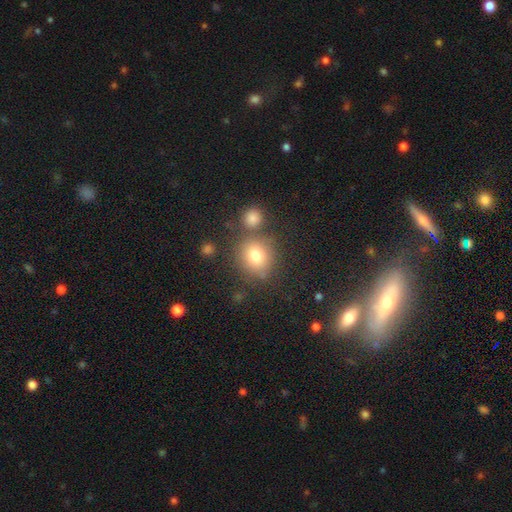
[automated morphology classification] A smooth galaxy with no disk features (77%) that is round (84%).

Vote fractions:
- Smooth or featured? smooth: 77% / star or artifact: 13% / featured or disk: 10%
- How rounded? round: 84% / in between: 15% / cigar-shaped: 1%
- Merging? none: 69% / merger: 16% / minor disturbance: 11% / major disturbance: 4%